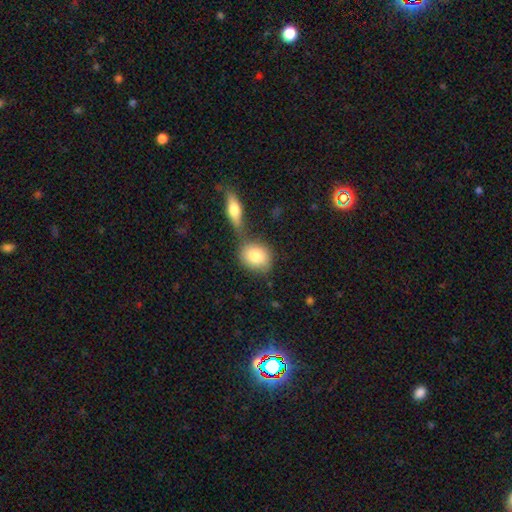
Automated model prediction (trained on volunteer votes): A smooth galaxy with no disk features (81%) that is round (58%).

Vote fractions:
- Smooth or featured? smooth: 81% / featured or disk: 12% / star or artifact: 7%
- How rounded? round: 58% / in between: 40% / cigar-shaped: 2%
- Merging? none: 52% / merger: 32% / minor disturbance: 12% / major disturbance: 4%